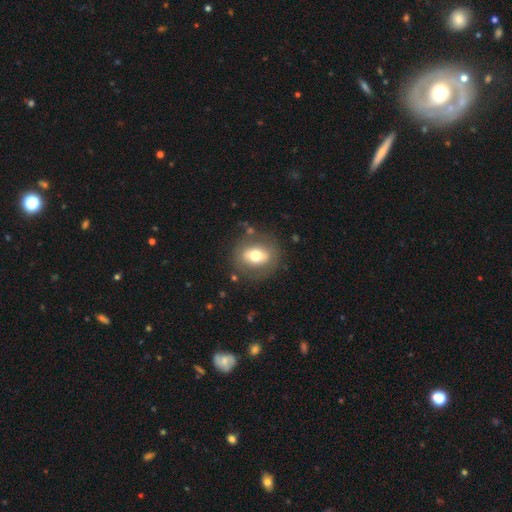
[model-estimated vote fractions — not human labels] Smooth or featured? smooth (64%)
How rounded? round (52%)
Merging? none (80%)